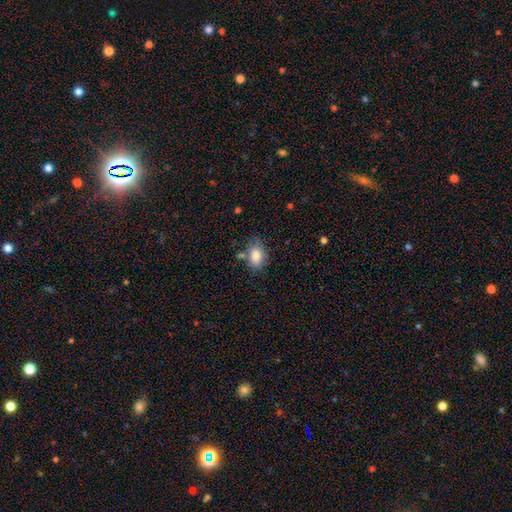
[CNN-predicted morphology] Smooth or featured? Predicted: smooth (p=0.83). How rounded? Predicted: in between (p=0.84). Merging? Predicted: none (p=0.64).